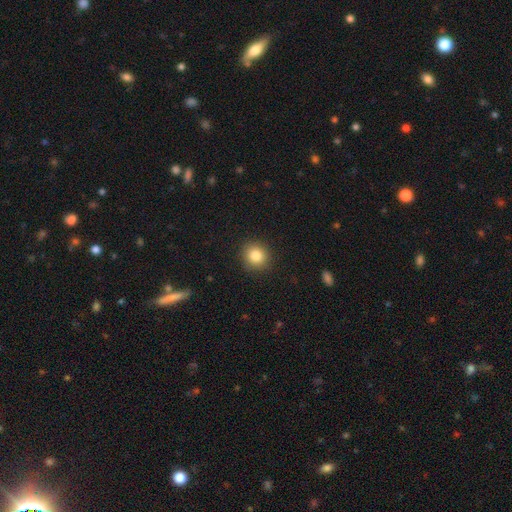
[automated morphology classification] Smooth or featured: smooth — 84% (star or artifact — 10%)
How rounded: round — 88% (in between — 11%)
Merging: none — 90% (minor disturbance — 7%)